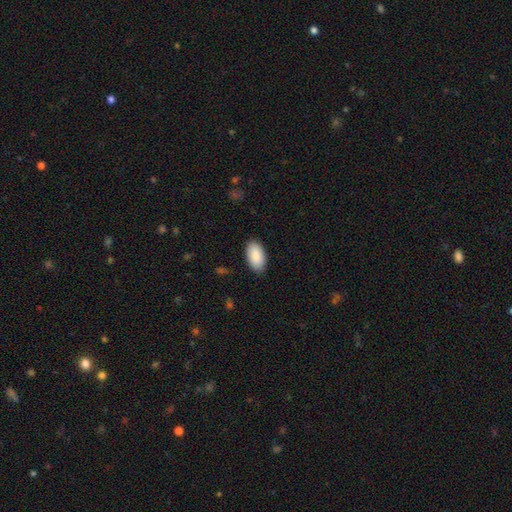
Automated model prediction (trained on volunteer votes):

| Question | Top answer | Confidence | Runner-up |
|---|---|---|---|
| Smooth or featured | smooth | 89% | star or artifact (5%) |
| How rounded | in between | 96% | round (2%) |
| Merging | none | 87% | minor disturbance (10%) |